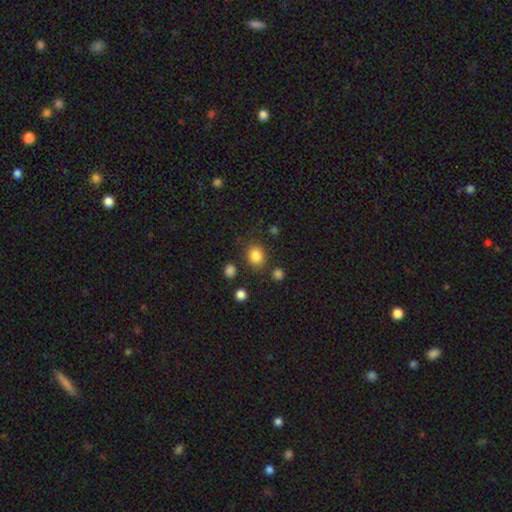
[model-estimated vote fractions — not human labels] A smooth galaxy with no disk features (84%) that is round (66%).

Vote fractions:
- Smooth or featured? smooth: 84% / star or artifact: 11% / featured or disk: 5%
- How rounded? round: 66% / in between: 33% / cigar-shaped: 1%
- Merging? none: 81% / minor disturbance: 11% / merger: 5% / major disturbance: 4%